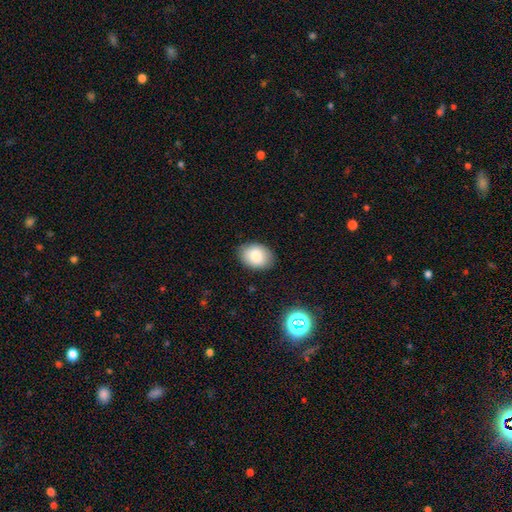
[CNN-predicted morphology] smooth_or_featured: smooth (p=0.84) [alt: star or artifact p=0.08]
how_rounded: in between (p=0.75) [alt: round p=0.24]
merging: none (p=0.85) [alt: minor disturbance p=0.12]